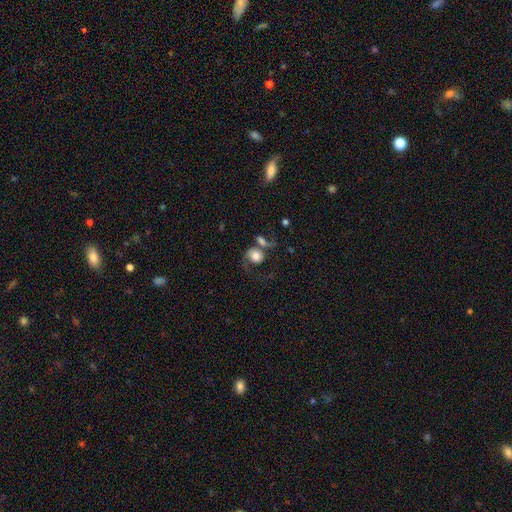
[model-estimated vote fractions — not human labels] This is possibly a smooth galaxy (52%). How rounded: likely round (62%). Merging: marginally merger (39%).